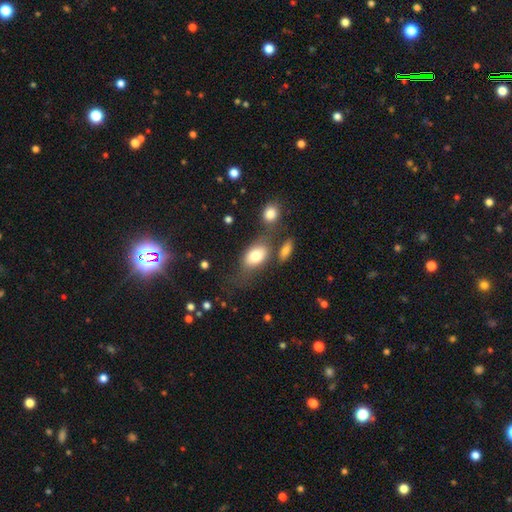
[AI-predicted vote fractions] Smooth or featured? Predicted: smooth (p=0.76). How rounded? Predicted: in between (p=0.83). Merging? Predicted: none (p=0.49).